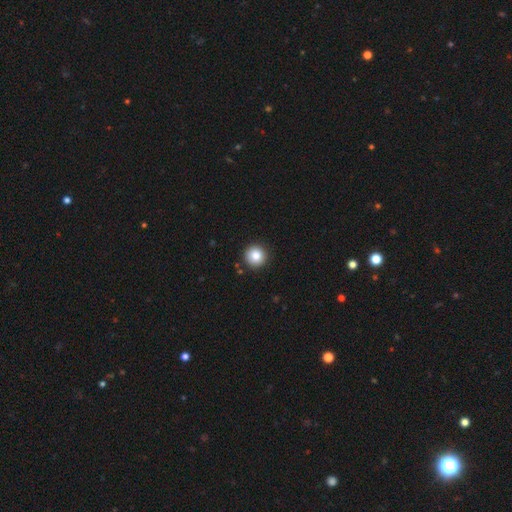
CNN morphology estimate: A smooth galaxy with no disk features (85%) that is round (95%).

Vote fractions:
- Smooth or featured? smooth: 85% / star or artifact: 10% / featured or disk: 6%
- How rounded? round: 95% / in between: 4% / cigar-shaped: 1%
- Merging? none: 90% / minor disturbance: 6% / major disturbance: 2% / merger: 2%